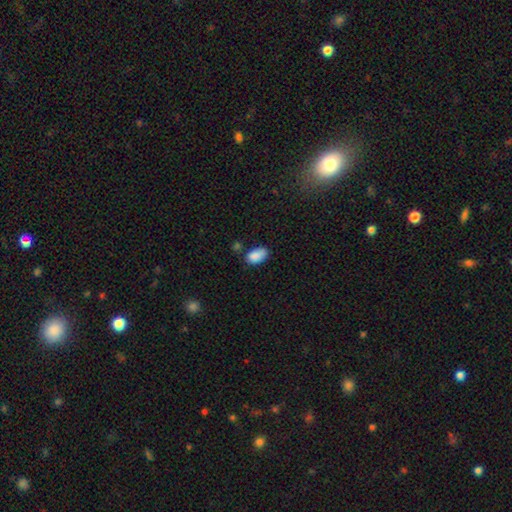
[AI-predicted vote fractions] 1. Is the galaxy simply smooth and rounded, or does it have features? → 88% smooth, 8% star or artifact, 4% featured or disk.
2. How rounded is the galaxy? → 93% in between, 5% round, 2% cigar-shaped.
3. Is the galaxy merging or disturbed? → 64% none, 24% minor disturbance, 7% merger, 5% major disturbance.